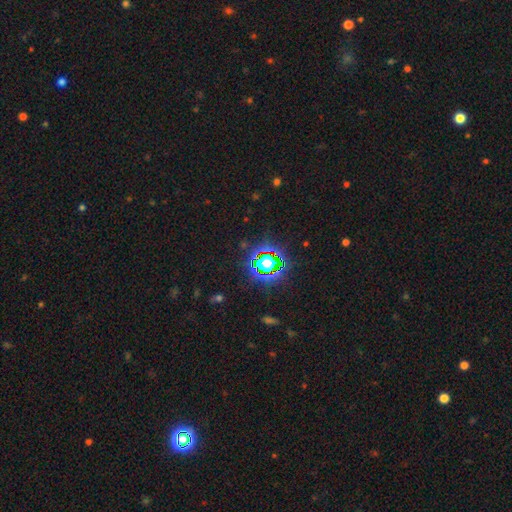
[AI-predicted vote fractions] This appears to be a star or artifact, not a galaxy (82%).